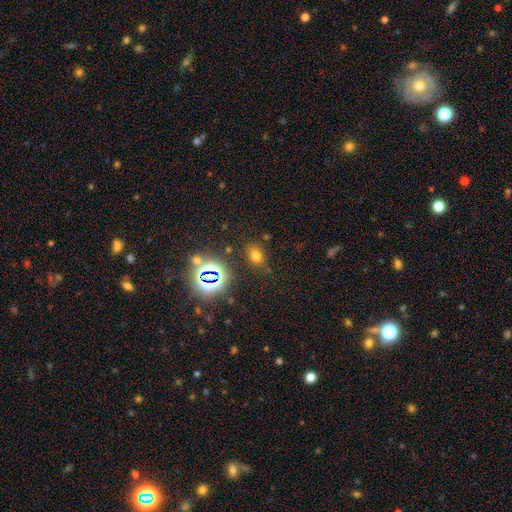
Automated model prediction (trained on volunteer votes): Morphology: type=smooth (65%); roundness=in between (64%); merging=none (80%).